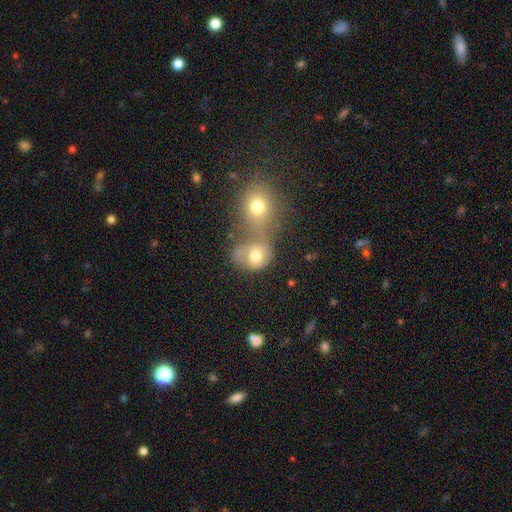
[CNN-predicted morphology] This appears to be a smooth galaxy with no disk features (68%) that is round (64%). Merging: merger (59%).